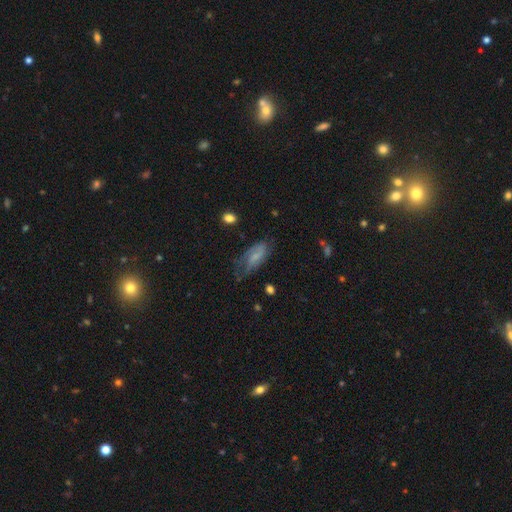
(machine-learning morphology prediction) Q: Smooth or featured?
A: smooth (46%); tied with: featured or disk (46%)
Q: Merging?
A: none (47%); runner-up: minor disturbance (31%)